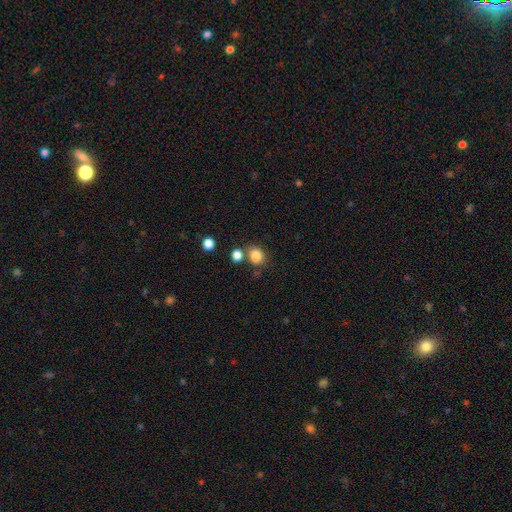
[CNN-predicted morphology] smooth 83%, star or artifact 12%, featured or disk 5%. Down the decision tree: how rounded — round (59%); merging — none (65%).